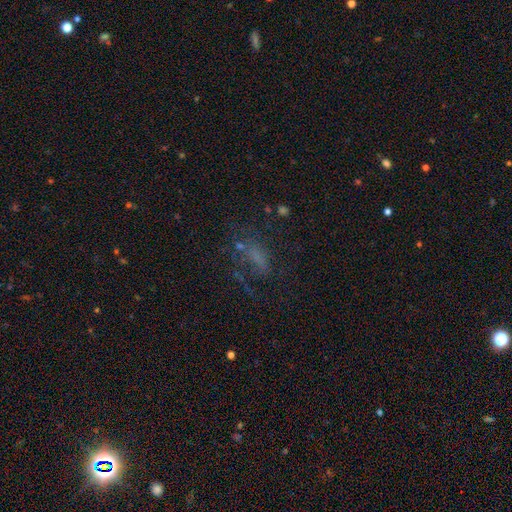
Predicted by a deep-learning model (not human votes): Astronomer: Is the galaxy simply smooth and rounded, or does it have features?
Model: smooth — 37% (runner-up: featured or disk, 34%).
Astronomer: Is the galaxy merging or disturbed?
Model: none — 42% (runner-up: major disturbance, 35%).